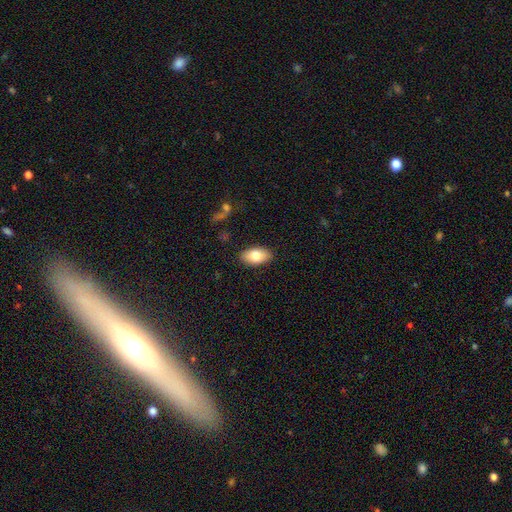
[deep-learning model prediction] The model was most divided on "smooth or featured": smooth: 77%, featured or disk: 16%, star or artifact: 7%. More confident: how rounded — in between (93%); merging — none (88%).